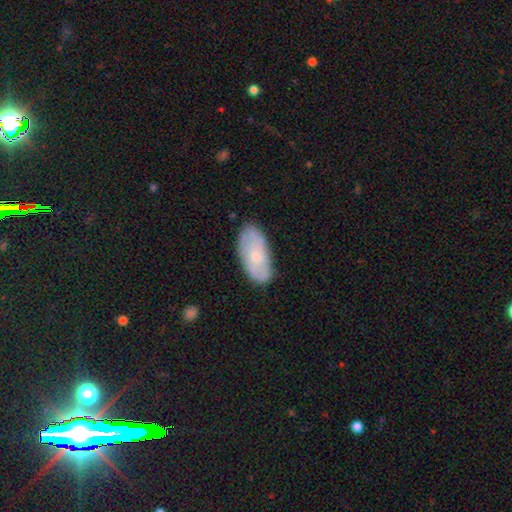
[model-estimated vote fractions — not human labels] smooth_or_featured: smooth (p=0.56) [alt: featured or disk p=0.37]
how_rounded: in between (p=0.92) [alt: cigar-shaped p=0.05]
merging: none (p=0.77) [alt: minor disturbance p=0.18]